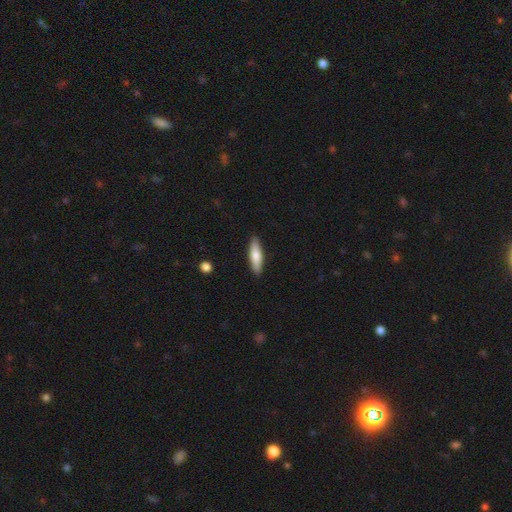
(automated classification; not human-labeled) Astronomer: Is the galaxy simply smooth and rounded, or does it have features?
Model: smooth — 68%.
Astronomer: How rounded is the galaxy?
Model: cigar-shaped — 68%.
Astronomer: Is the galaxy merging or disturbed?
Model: none — 90%.